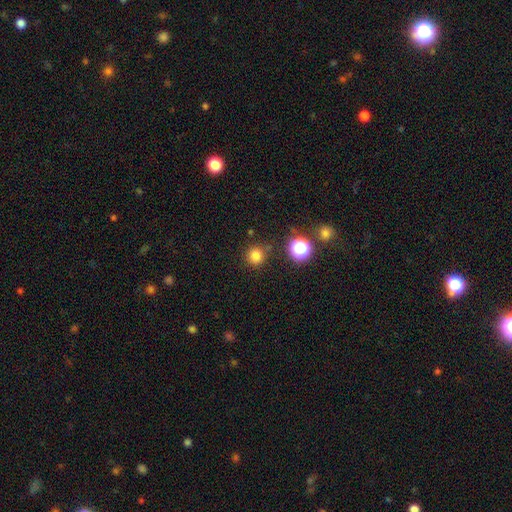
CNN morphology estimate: Smooth or featured? Predicted: smooth (p=0.79). How rounded? Predicted: round (p=0.93). Merging? Predicted: none (p=0.83).